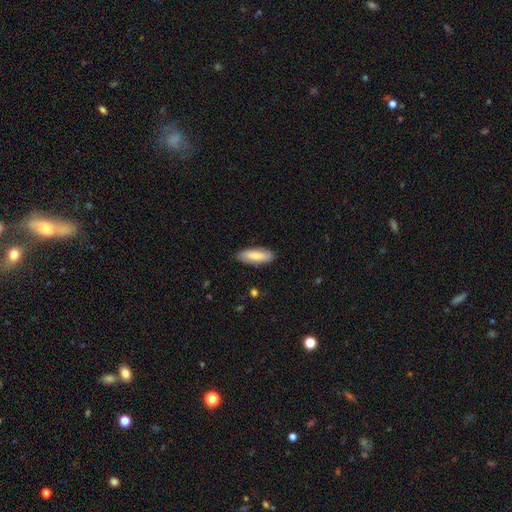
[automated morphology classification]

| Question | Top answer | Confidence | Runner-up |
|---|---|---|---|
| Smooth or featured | smooth | 77% | featured or disk (17%) |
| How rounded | in between | 67% | cigar-shaped (31%) |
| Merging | none | 87% | minor disturbance (10%) |